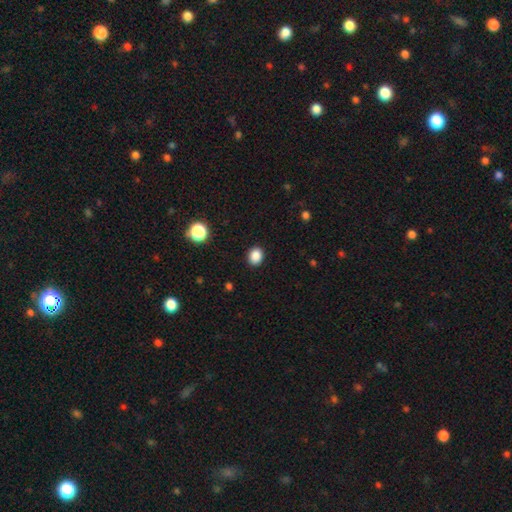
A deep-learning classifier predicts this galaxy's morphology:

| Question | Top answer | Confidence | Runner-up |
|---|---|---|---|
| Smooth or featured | smooth | 87% | star or artifact (10%) |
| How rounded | round | 54% | in between (45%) |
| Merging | none | 90% | minor disturbance (7%) |